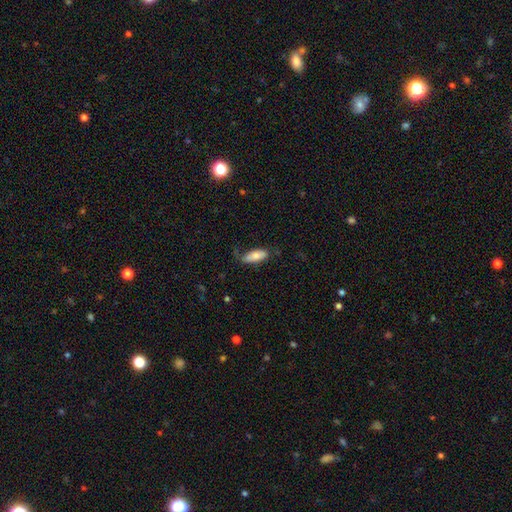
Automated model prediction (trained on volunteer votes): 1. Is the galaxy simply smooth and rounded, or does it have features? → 77% smooth, 17% featured or disk, 6% star or artifact.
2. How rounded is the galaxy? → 80% in between, 18% cigar-shaped, 2% round.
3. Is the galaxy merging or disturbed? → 64% none, 27% minor disturbance, 7% major disturbance, 2% merger.